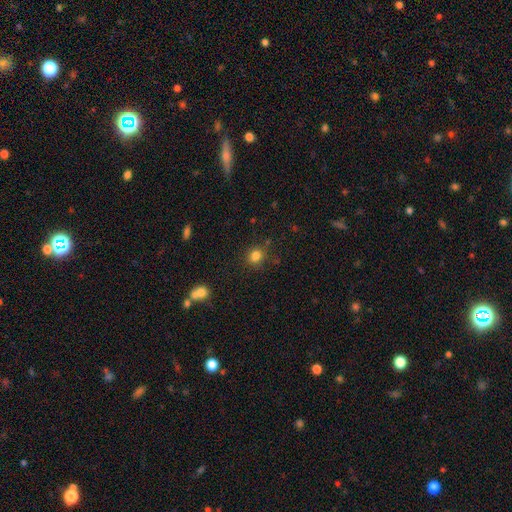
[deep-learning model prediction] Smooth or featured?
  - smooth: 82% *
  - star or artifact: 13%
  - featured or disk: 5%
How rounded?
  - round: 80% *
  - in between: 19%
  - cigar-shaped: 1%
Merging?
  - none: 81% *
  - minor disturbance: 11%
  - merger: 4%
  - major disturbance: 4%